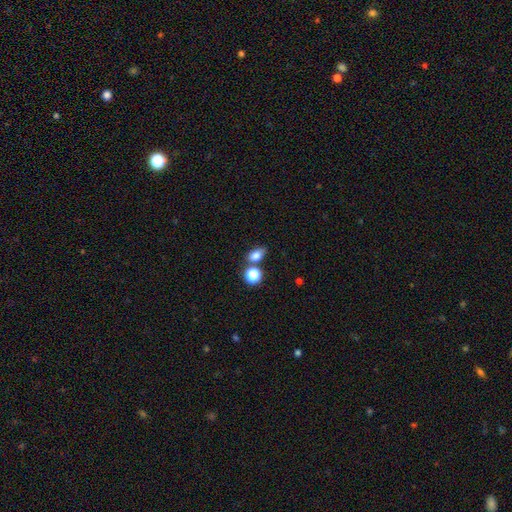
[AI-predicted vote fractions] Smooth or featured: smooth — 78% (star or artifact — 14%)
How rounded: in between — 73% (round — 24%)
Merging: none — 64% (merger — 18%)